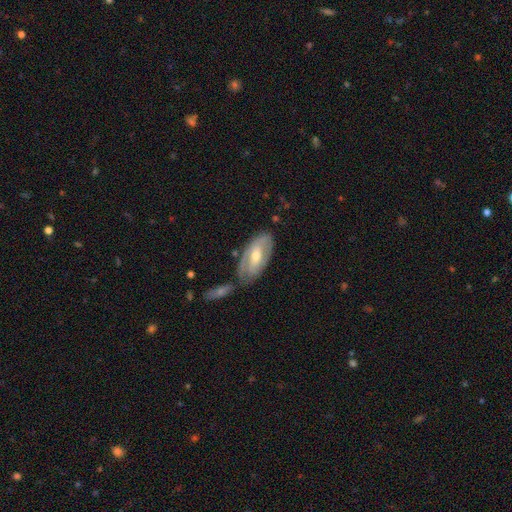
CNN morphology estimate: Smooth or featured?
  - featured or disk: 66% *
  - smooth: 28%
  - star or artifact: 6%
Edge-on disk?
  - no: 90% *
  - yes: 10%
Bar?
  - weak: 42% *
  - no: 38%
  - strong: 21%
Spiral arms?
  - yes: 74% *
  - no: 26%
Bulge size?
  - moderate: 57% *
  - small: 38%
  - large: 3%
  - none: 1%
  - dominant: 1%
Merging?
  - none: 61% *
  - minor disturbance: 19%
  - merger: 13%
  - major disturbance: 7%